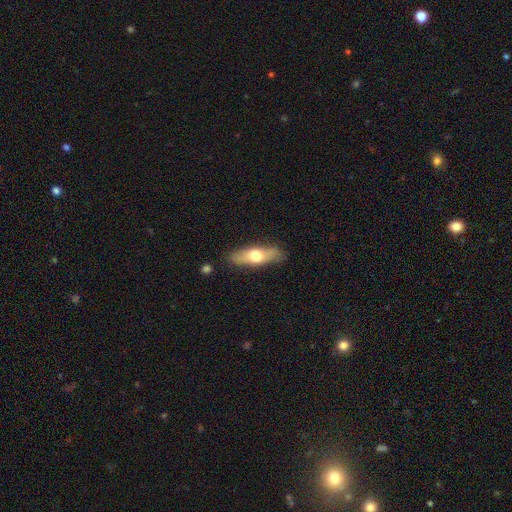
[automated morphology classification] smooth 55%, featured or disk 39%, star or artifact 6%. Down the decision tree: how rounded — in between (50%); merging — none (84%).